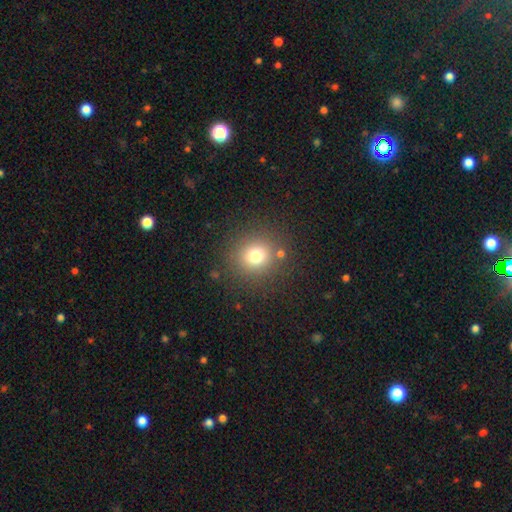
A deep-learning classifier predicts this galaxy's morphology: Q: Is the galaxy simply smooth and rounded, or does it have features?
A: smooth — 74%.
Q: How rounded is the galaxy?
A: round — 90%.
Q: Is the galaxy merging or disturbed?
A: none — 85%.